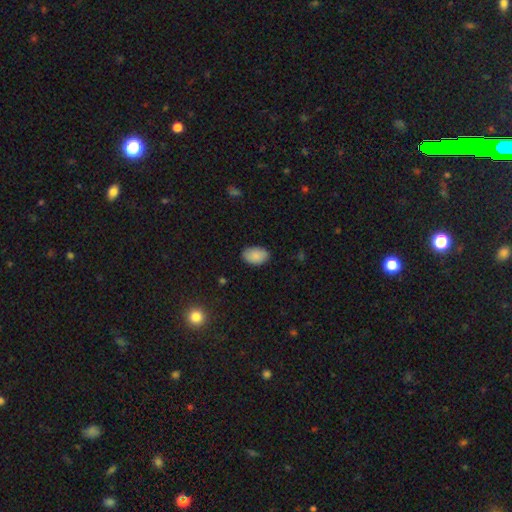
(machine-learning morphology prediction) smooth_or_featured: smooth (p=0.88) [alt: star or artifact p=0.07]
how_rounded: in between (p=0.91) [alt: round p=0.08]
merging: none (p=0.85) [alt: minor disturbance p=0.12]